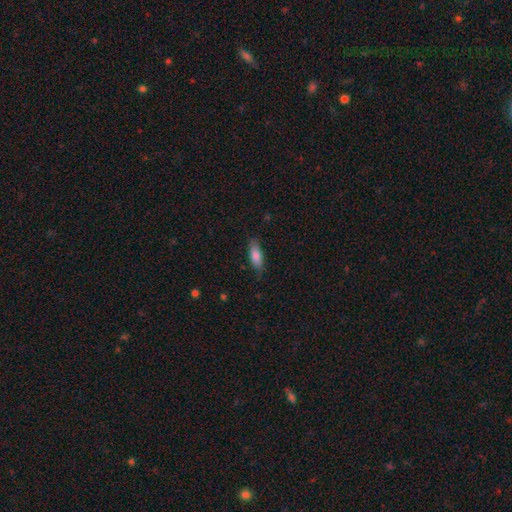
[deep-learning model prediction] A smooth galaxy with no disk features (80%) that is in between round and cigar-shaped (66%). Merging: none (79%).